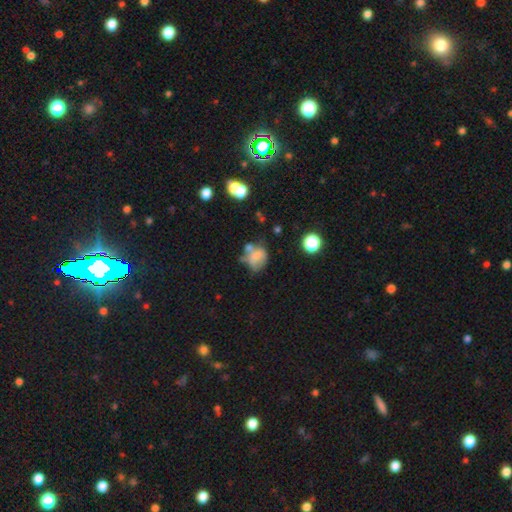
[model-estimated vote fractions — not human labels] smooth-or-featured: smooth: 62% | featured or disk: 26% | star or artifact: 12%
  how-rounded: in between: 51% | round: 48% | cigar-shaped: 1%
  merging: none: 33% | minor disturbance: 27% | merger: 22% | major disturbance: 18%